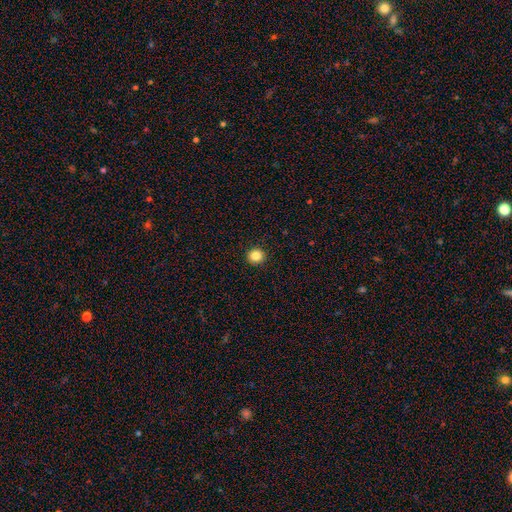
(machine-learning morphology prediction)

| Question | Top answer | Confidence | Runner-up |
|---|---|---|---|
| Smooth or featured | smooth | 84% | star or artifact (11%) |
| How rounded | round | 92% | in between (8%) |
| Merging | none | 93% | minor disturbance (4%) |